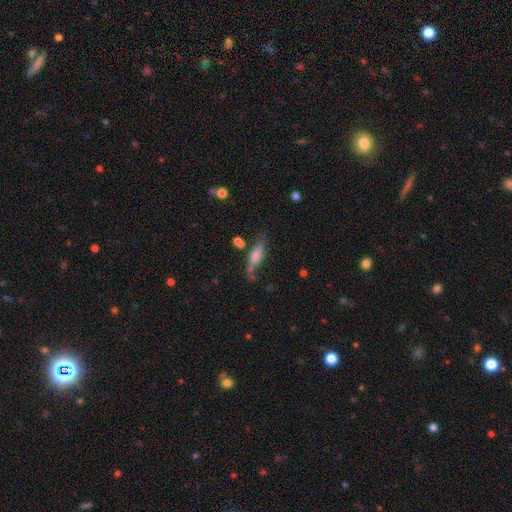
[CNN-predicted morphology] Smooth or featured? Predicted: featured or disk (p=0.49). Merging? Predicted: none (p=0.52).